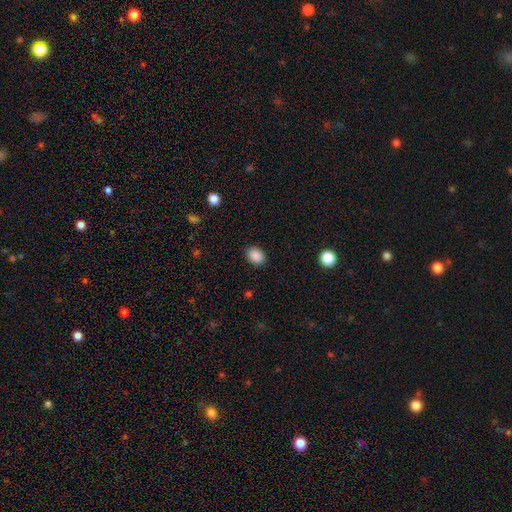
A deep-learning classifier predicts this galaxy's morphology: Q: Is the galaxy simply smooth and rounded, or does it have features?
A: smooth — 89%.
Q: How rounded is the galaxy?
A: in between — 69%.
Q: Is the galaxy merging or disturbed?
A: none — 88%.